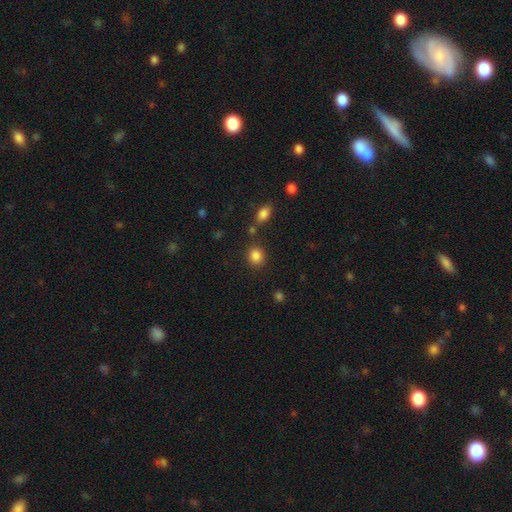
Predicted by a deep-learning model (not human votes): smooth_or_featured: smooth (p=0.85) [alt: star or artifact p=0.10]
how_rounded: round (p=0.79) [alt: in between p=0.20]
merging: none (p=0.80) [alt: minor disturbance p=0.09]